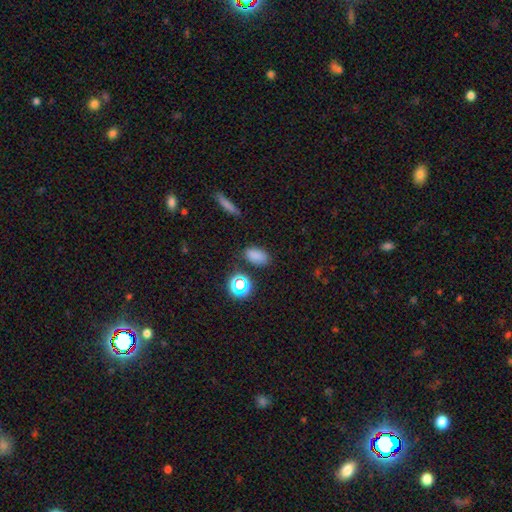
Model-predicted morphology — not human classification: type=smooth (78%); roundness=in between (87%); merging=none (80%).